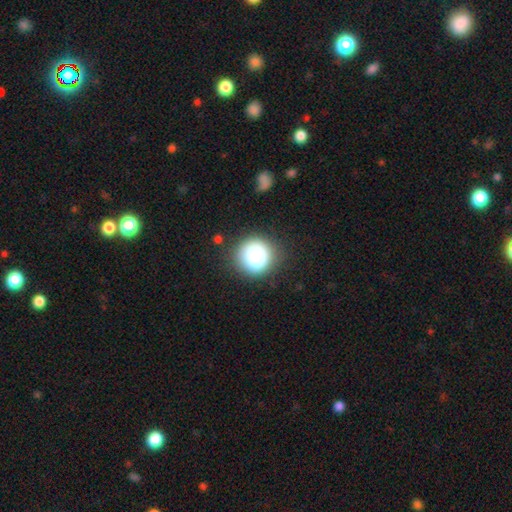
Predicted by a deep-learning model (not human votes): smooth-or-featured: smooth: 83% | star or artifact: 10% | featured or disk: 7%
  how-rounded: round: 93% | in between: 7% | cigar-shaped: 1%
  merging: none: 84% | minor disturbance: 10% | major disturbance: 4% | merger: 2%